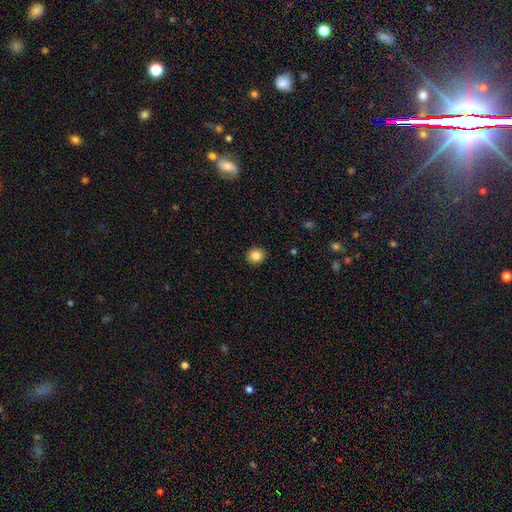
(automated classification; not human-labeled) A smooth galaxy with no disk features (84%) that is round (86%).

Vote fractions:
- Smooth or featured? smooth: 84% / star or artifact: 10% / featured or disk: 6%
- How rounded? round: 86% / in between: 14% / cigar-shaped: 1%
- Merging? none: 92% / minor disturbance: 5% / major disturbance: 2% / merger: 1%